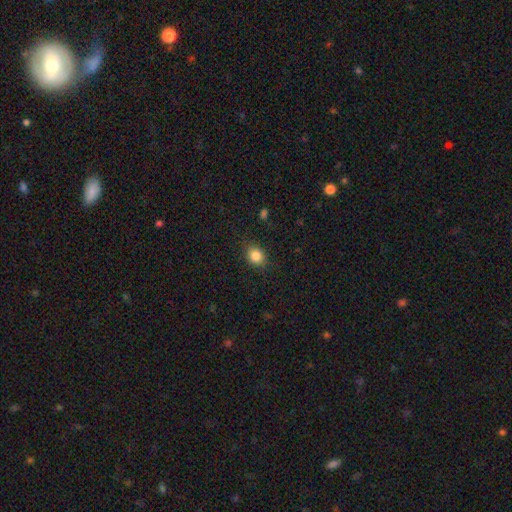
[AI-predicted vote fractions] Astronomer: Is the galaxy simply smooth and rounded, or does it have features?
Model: smooth — 84%.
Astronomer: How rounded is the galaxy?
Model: round — 55% (runner-up: in between, 44%).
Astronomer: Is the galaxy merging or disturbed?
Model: none — 85%.